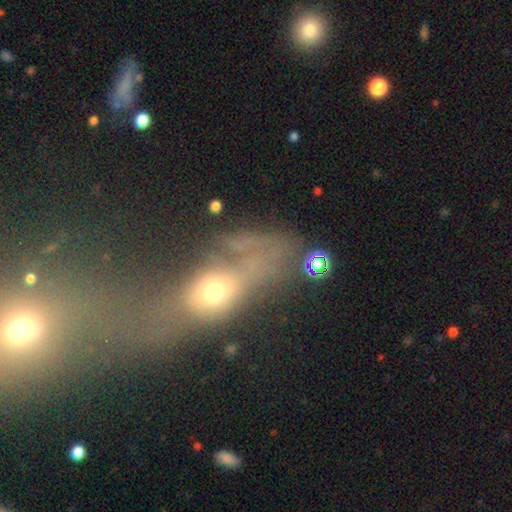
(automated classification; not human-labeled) This appears to be a featured or disk galaxy (40%, tied with smooth). Merging: major disturbance (43%).